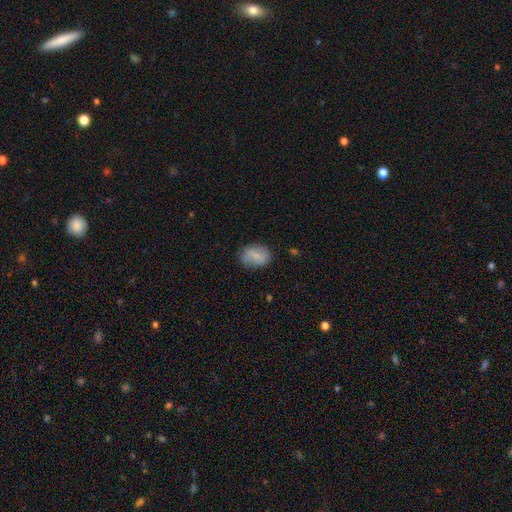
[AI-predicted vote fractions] smooth_or_featured: smooth (p=0.65) [alt: featured or disk p=0.27]
how_rounded: in between (p=0.65) [alt: round p=0.33]
merging: none (p=0.78) [alt: minor disturbance p=0.16]